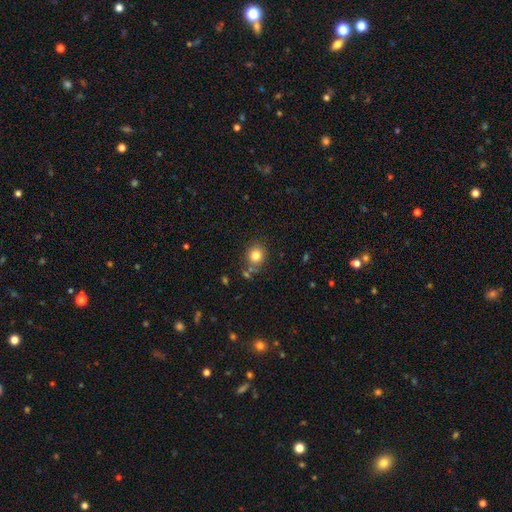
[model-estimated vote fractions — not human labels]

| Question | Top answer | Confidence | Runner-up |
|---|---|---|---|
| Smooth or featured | smooth | 81% | star or artifact (12%) |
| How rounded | round | 78% | in between (21%) |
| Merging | none | 76% | minor disturbance (12%) |